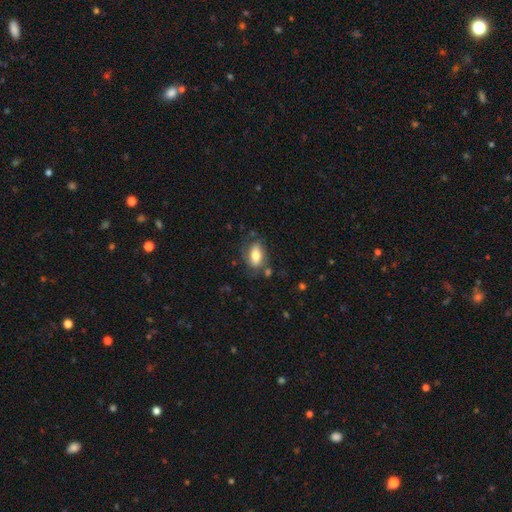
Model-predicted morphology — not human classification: A smooth galaxy with no disk features (68%) that is in between round and cigar-shaped (88%). Merging: none (61%).